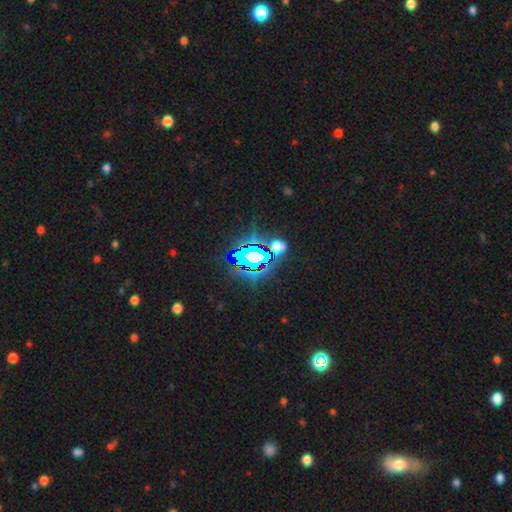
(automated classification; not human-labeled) smooth_or_featured: star or artifact (p=0.82) [alt: smooth p=0.10]